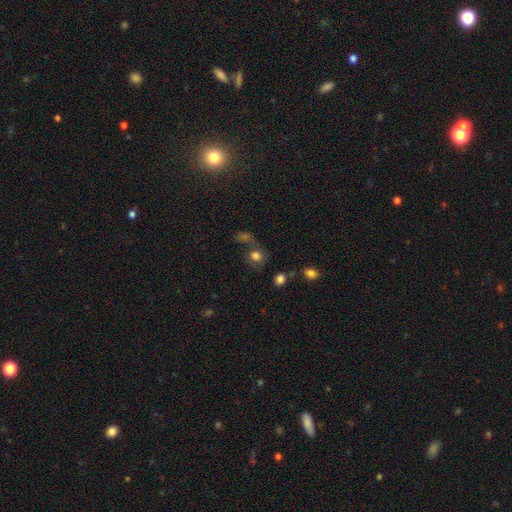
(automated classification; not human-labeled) Morphology: type=smooth (72%); roundness=round (73%); merging=none (43%).